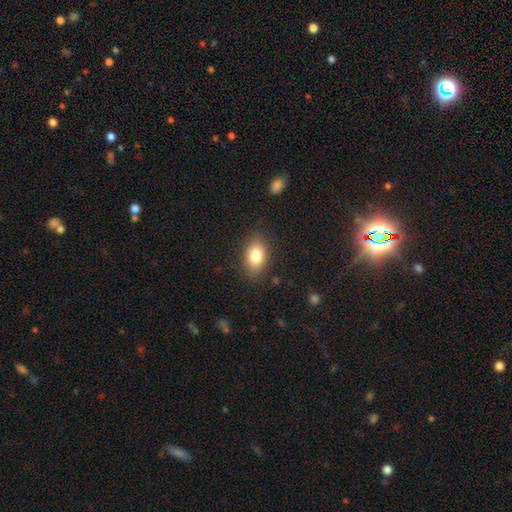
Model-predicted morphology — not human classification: A smooth galaxy with no disk features (82%) that is in between round and cigar-shaped (87%).

Vote fractions:
- Smooth or featured? smooth: 82% / featured or disk: 10% / star or artifact: 8%
- How rounded? in between: 87% / round: 11% / cigar-shaped: 2%
- Merging? none: 84% / minor disturbance: 11% / major disturbance: 3% / merger: 1%